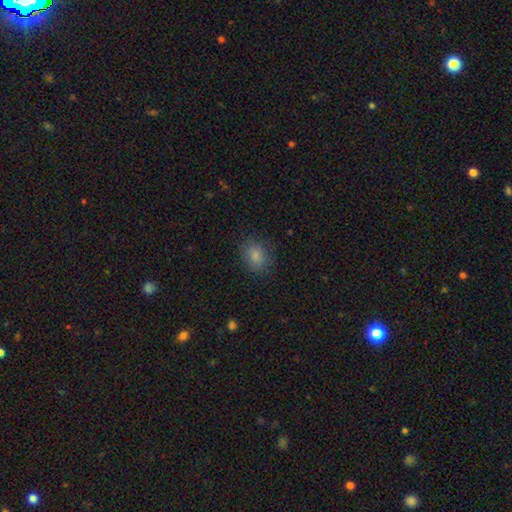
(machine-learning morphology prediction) type=smooth (84%); roundness=in between (51%); merging=none (82%).